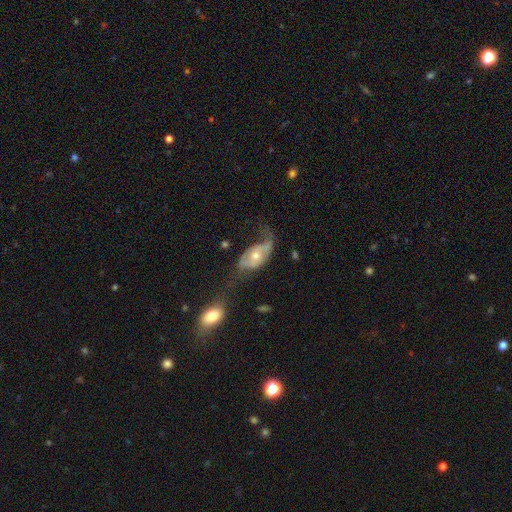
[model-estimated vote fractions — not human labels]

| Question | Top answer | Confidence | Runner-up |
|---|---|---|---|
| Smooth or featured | featured or disk | 58% | smooth (35%) |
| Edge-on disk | no | 87% | yes (13%) |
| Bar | no | 72% | weak (21%) |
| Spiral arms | yes | 55% | no (45%) |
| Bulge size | moderate | 61% | small (31%) |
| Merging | major disturbance | 43% | none (24%) |